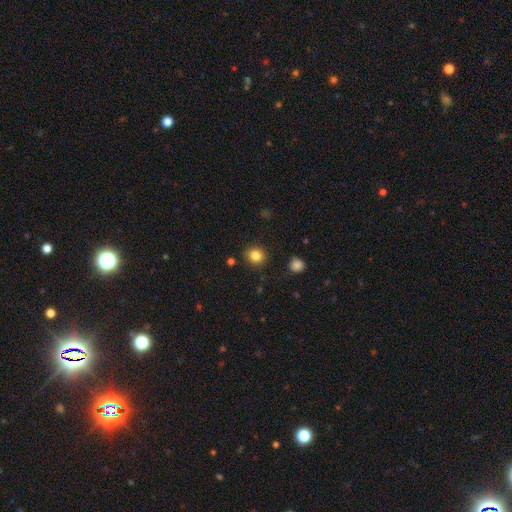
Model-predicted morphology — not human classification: A smooth galaxy with no disk features (84%) that is round (86%). Merging: none (89%).